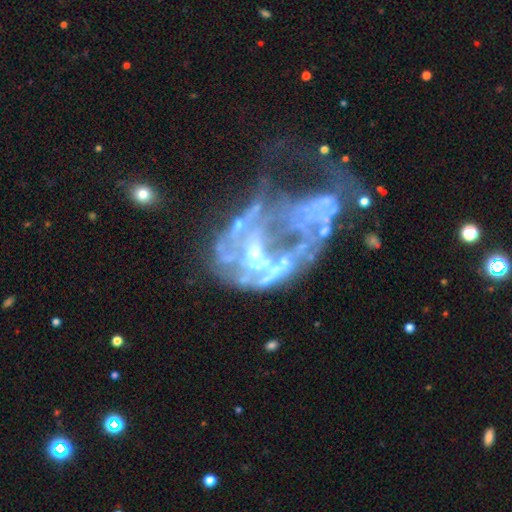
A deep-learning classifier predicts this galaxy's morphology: Smooth or featured: featured or disk — 79% (star or artifact — 13%)
Edge-on disk: no — 98% (yes — 2%)
Bar: no — 76% (weak — 16%)
Spiral arms: no — 57% (yes — 43%)
Bulge size: small — 33% (moderate — 31%)
Merging: major disturbance — 42% (merger — 32%)